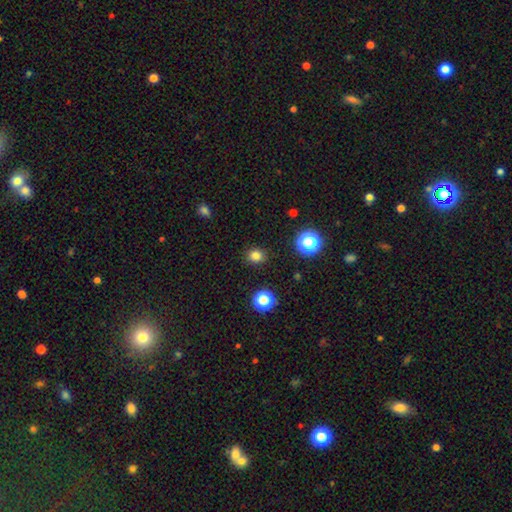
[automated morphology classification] type=smooth (80%); roundness=round (73%); merging=none (89%).